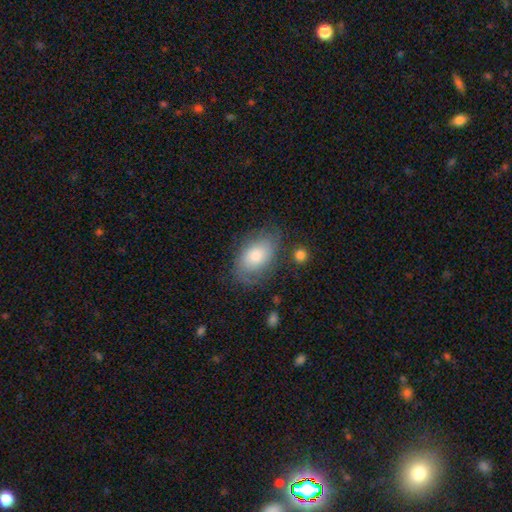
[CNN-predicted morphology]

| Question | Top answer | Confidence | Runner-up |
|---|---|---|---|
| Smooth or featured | smooth | 61% | featured or disk (31%) |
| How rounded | in between | 88% | round (10%) |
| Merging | none | 67% | minor disturbance (22%) |